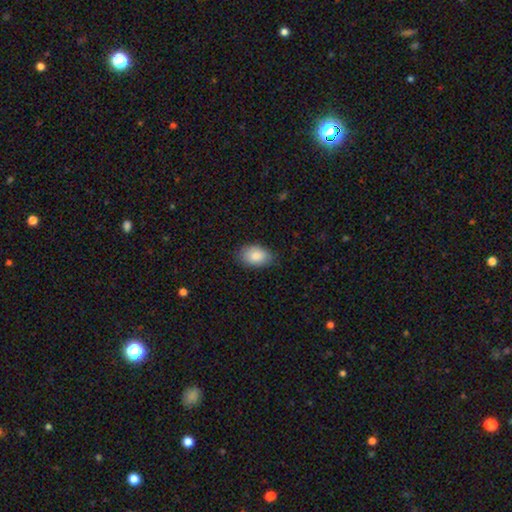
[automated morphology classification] This appears to be a smooth galaxy with no disk features (87%) that is in between round and cigar-shaped (90%). Merging: none (82%).